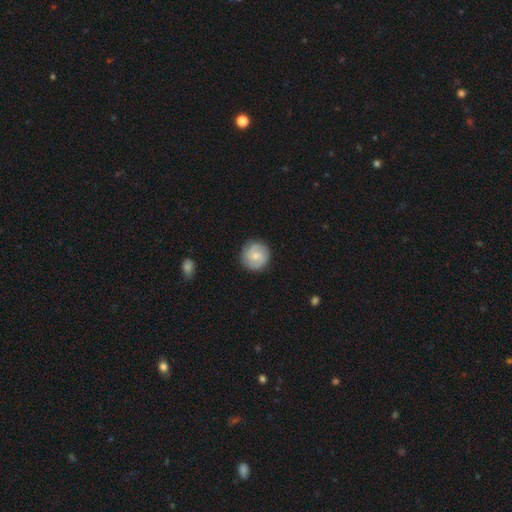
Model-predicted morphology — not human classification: Q: Smooth or featured?
A: featured or disk (62%); runner-up: smooth (32%)
Q: Edge-on disk?
A: no (98%); runner-up: yes (2%)
Q: Bar?
A: no (50%); runner-up: weak (44%)
Q: Spiral arms?
A: yes (93%); runner-up: no (7%)
Q: Spiral winding?
A: tight (52%); runner-up: medium (38%)
Q: Spiral arm count?
A: 2 (68%); runner-up: can't tell (13%)
Q: Bulge size?
A: small (52%); runner-up: moderate (35%)
Q: Merging?
A: none (87%); runner-up: minor disturbance (9%)